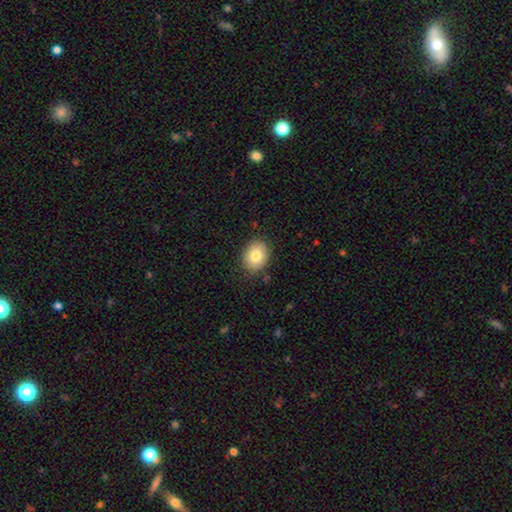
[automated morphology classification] smooth-or-featured: smooth: 82% | featured or disk: 10% | star or artifact: 8%
  how-rounded: in between: 51% | round: 48% | cigar-shaped: 1%
  merging: none: 85% | minor disturbance: 11% | major disturbance: 3% | merger: 1%